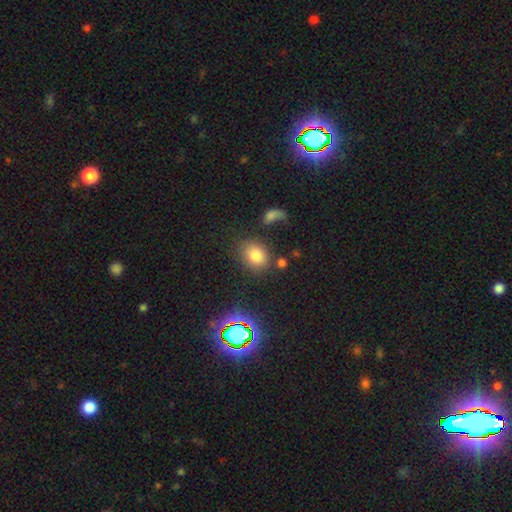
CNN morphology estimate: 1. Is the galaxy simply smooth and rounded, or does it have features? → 76% smooth, 15% star or artifact, 9% featured or disk.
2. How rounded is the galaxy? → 55% in between, 44% round, 1% cigar-shaped.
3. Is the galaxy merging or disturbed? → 73% none, 13% minor disturbance, 7% merger, 7% major disturbance.